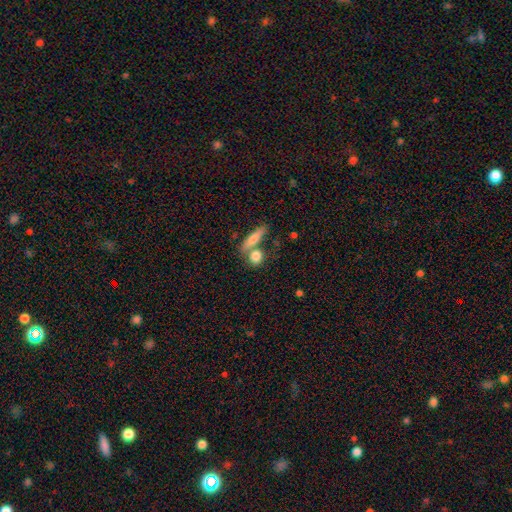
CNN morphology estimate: The model was most divided on "merging": none: 53%, merger: 32%, minor disturbance: 10%, major disturbance: 4%. More confident: smooth or featured — smooth (78%); how rounded — round (56%).